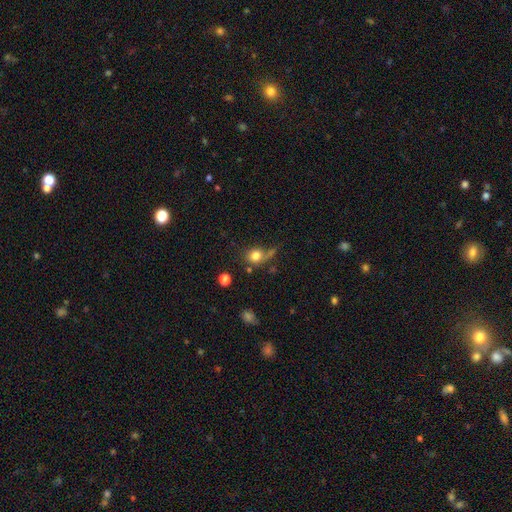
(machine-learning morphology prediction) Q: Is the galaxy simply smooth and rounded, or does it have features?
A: smooth — 78%.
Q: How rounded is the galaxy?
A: round — 72%.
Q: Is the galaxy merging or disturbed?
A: none — 47%.